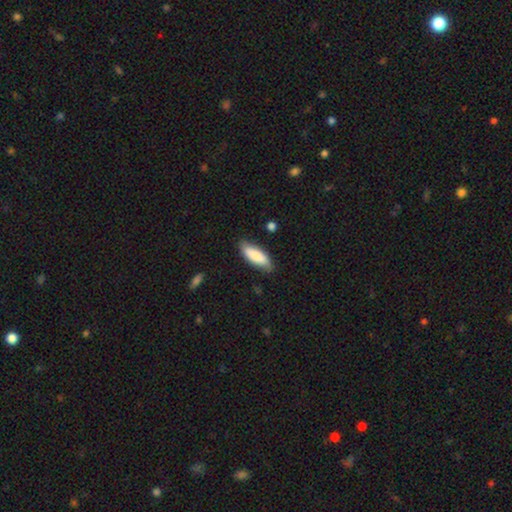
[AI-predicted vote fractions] Smooth or featured: smooth — 82% (featured or disk — 12%)
How rounded: in between — 66% (cigar-shaped — 32%)
Merging: none — 80% (minor disturbance — 16%)